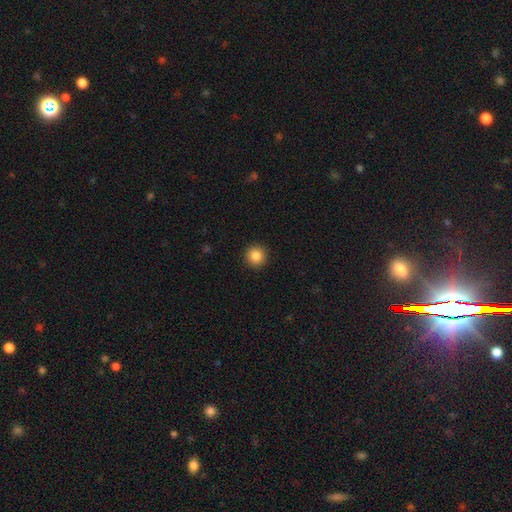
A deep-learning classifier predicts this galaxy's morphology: Overall: smooth (86%). How rounded: round (95%). Merging: none (92%).